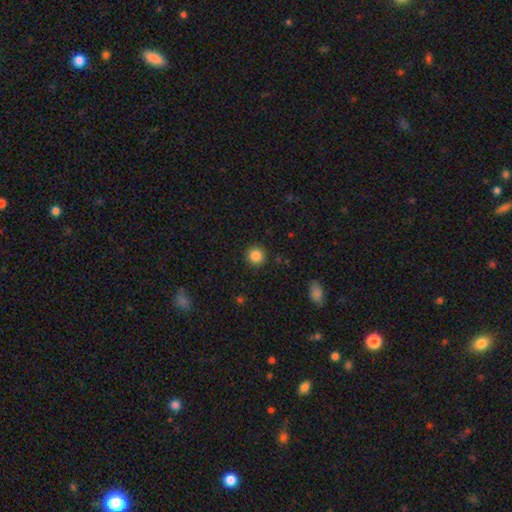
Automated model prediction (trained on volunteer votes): A smooth galaxy with no disk features (86%) that is round (94%). Merging: none (91%).